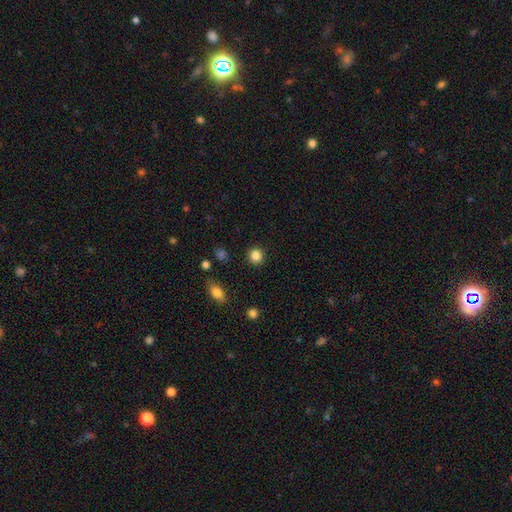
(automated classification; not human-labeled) The model was most divided on "smooth or featured": smooth: 85%, star or artifact: 11%, featured or disk: 4%. More confident: how rounded — round (92%); merging — none (91%).